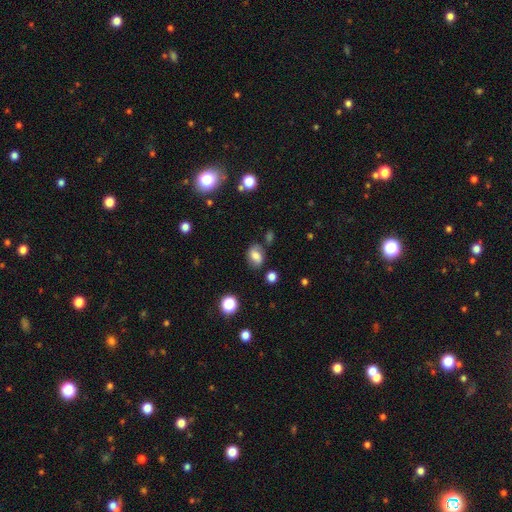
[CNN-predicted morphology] Smooth or featured?
  - smooth: 66% *
  - featured or disk: 22%
  - star or artifact: 12%
How rounded?
  - in between: 76% *
  - round: 23%
  - cigar-shaped: 2%
Merging?
  - none: 67% *
  - minor disturbance: 20%
  - major disturbance: 7%
  - merger: 6%